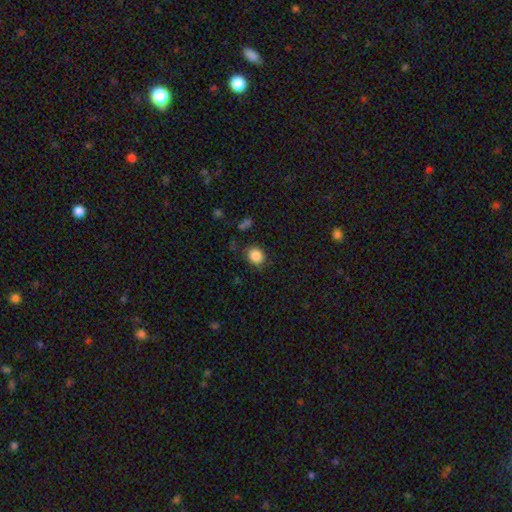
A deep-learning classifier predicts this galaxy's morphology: This is clearly a smooth galaxy (87%). How rounded: likely round (69%). Merging: clearly none (81%).